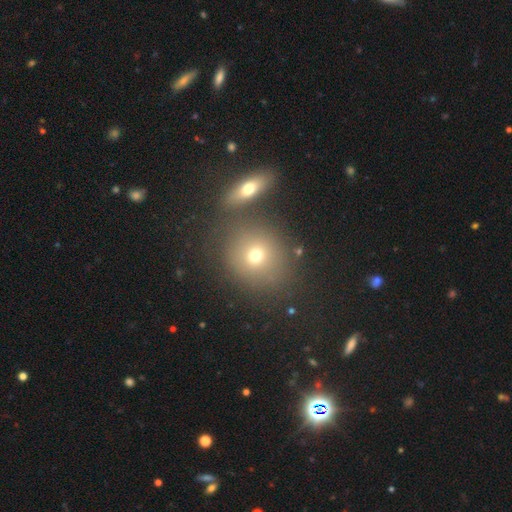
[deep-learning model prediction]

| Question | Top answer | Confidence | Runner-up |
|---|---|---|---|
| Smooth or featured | smooth | 69% | star or artifact (16%) |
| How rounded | round | 80% | in between (19%) |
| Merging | none | 66% | merger (20%) |